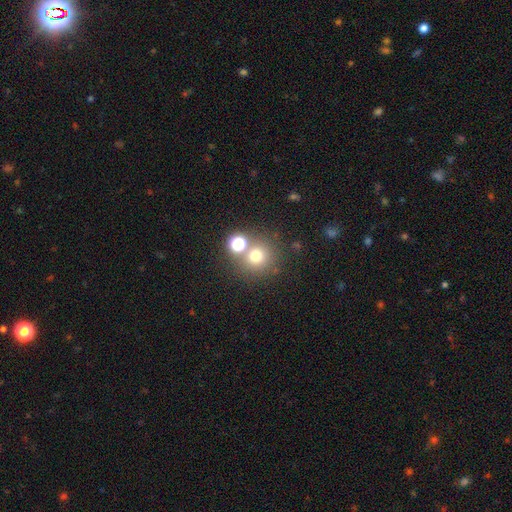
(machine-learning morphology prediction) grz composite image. It shows a smooth galaxy with no disk features (71%) that is round (92%). Merging: none (65%).